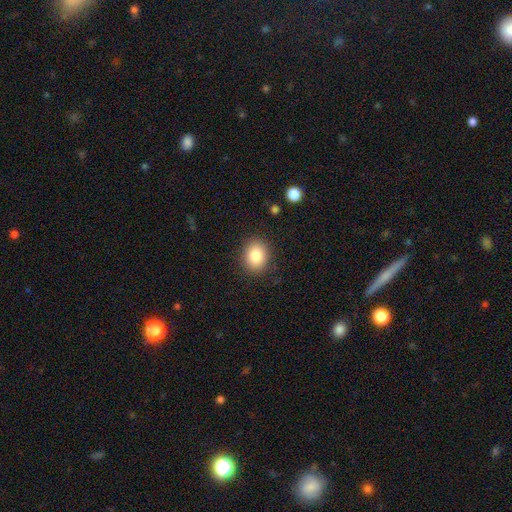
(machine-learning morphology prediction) Smooth or featured: smooth — 85% (star or artifact — 9%)
How rounded: in between — 50% (round — 49%)
Merging: none — 87% (minor disturbance — 9%)